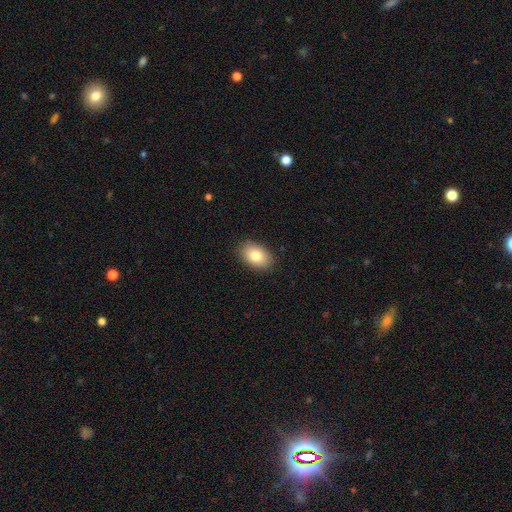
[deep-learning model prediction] smooth_or_featured: smooth (p=0.81) [alt: featured or disk p=0.11]
how_rounded: in between (p=0.86) [alt: round p=0.13]
merging: none (p=0.88) [alt: minor disturbance p=0.09]